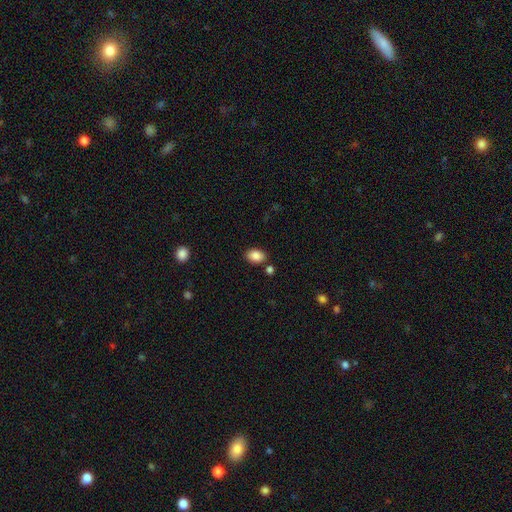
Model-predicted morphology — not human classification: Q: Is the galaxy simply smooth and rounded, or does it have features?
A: smooth — 87%.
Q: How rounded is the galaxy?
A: in between — 81%.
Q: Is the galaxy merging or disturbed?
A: none — 82%.